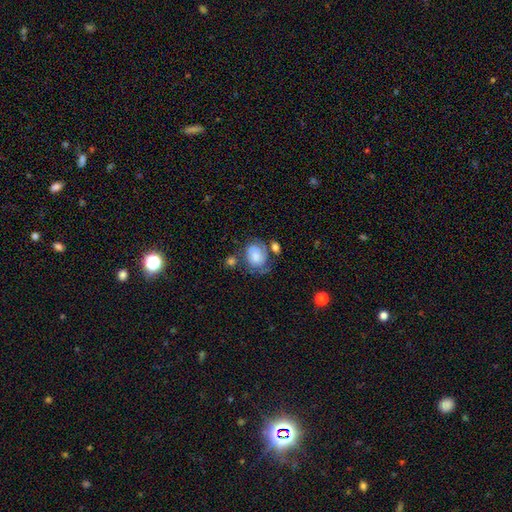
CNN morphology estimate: This appears to be a smooth galaxy with no disk features (48%). Merging: none (43%).